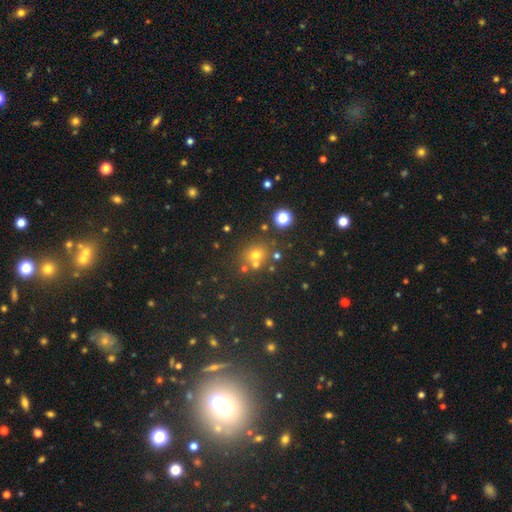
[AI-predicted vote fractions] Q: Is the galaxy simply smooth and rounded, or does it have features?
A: smooth — 62%.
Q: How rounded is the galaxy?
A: round — 80%.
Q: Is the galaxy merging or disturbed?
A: none — 64%.